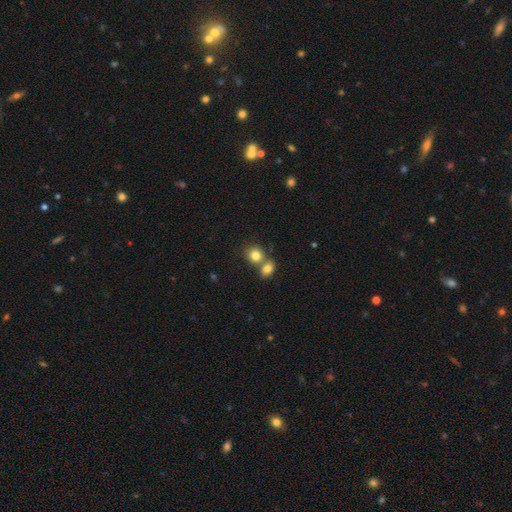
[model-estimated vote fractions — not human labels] Smooth or featured? Predicted: smooth (p=0.82). How rounded? Predicted: round (p=0.73). Merging? Predicted: merger (p=0.48).